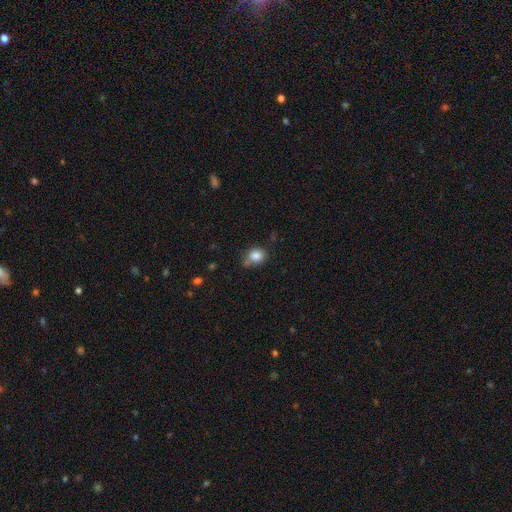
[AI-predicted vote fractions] This is clearly a smooth galaxy (84%). How rounded: likely round (70%). Merging: likely none (62%).